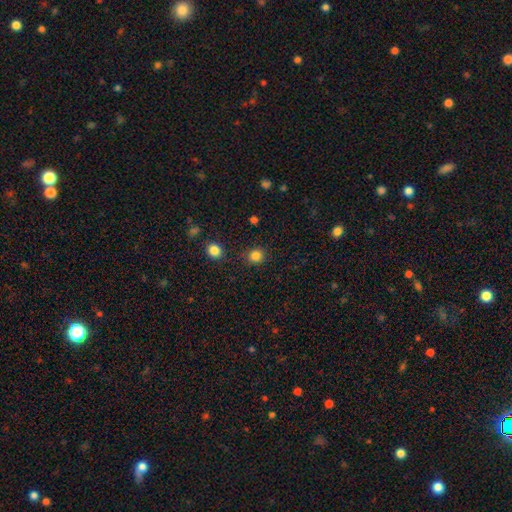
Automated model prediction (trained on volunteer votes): Smooth or featured: smooth — 84% (star or artifact — 12%)
How rounded: round — 86% (in between — 14%)
Merging: none — 86% (minor disturbance — 8%)